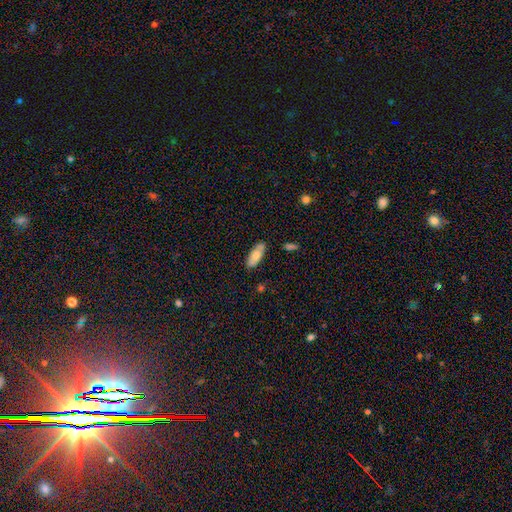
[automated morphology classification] smooth_or_featured: smooth (p=0.71) [alt: featured or disk p=0.22]
how_rounded: in between (p=0.80) [alt: cigar-shaped p=0.18]
merging: none (p=0.81) [alt: minor disturbance p=0.14]